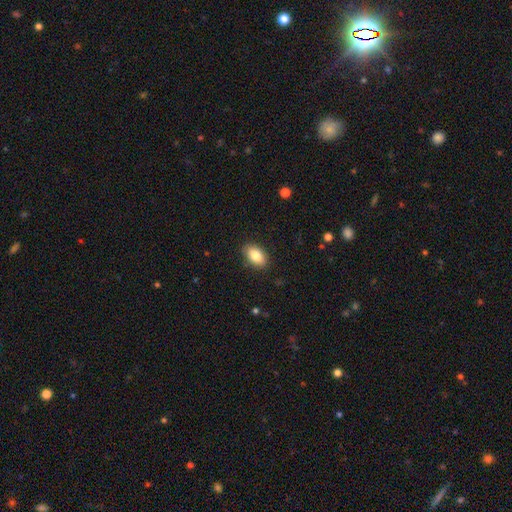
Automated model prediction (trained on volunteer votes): Smooth or featured: smooth — 84% (featured or disk — 9%)
How rounded: in between — 92% (round — 6%)
Merging: none — 88% (minor disturbance — 9%)